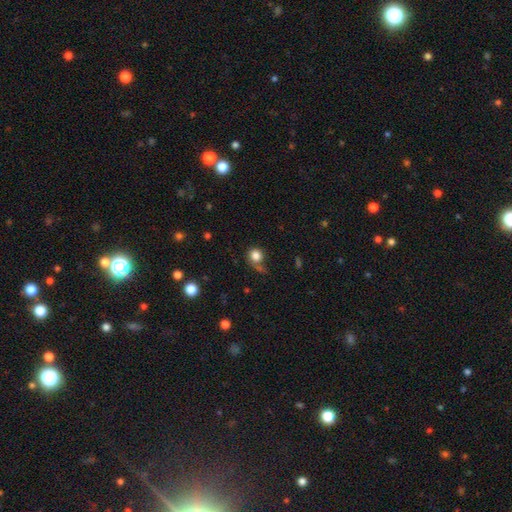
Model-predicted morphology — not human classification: smooth-or-featured: smooth: 82% | star or artifact: 11% | featured or disk: 8%
  how-rounded: round: 83% | in between: 16% | cigar-shaped: 1%
  merging: none: 58% | minor disturbance: 19% | major disturbance: 13% | merger: 11%